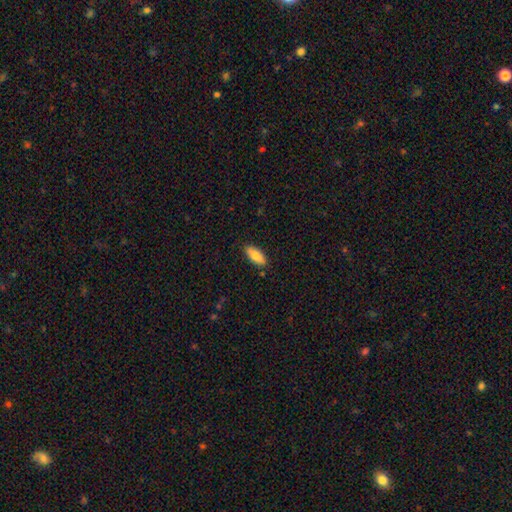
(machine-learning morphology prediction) type=smooth (82%); roundness=in between (79%); merging=none (86%).